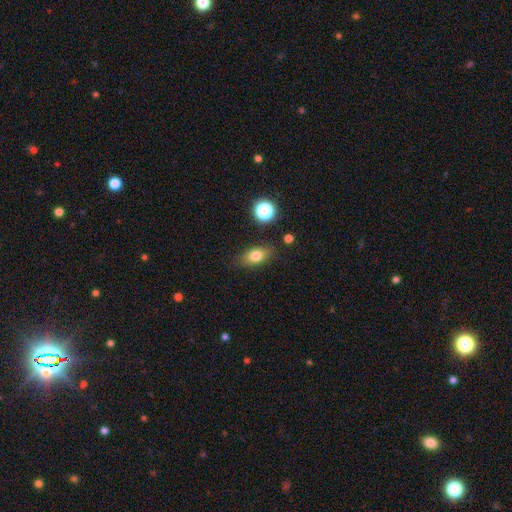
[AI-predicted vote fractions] Smooth or featured?
  - smooth: 77% *
  - featured or disk: 12%
  - star or artifact: 11%
How rounded?
  - in between: 79% *
  - round: 15%
  - cigar-shaped: 6%
Merging?
  - none: 81% *
  - minor disturbance: 13%
  - major disturbance: 3%
  - merger: 2%